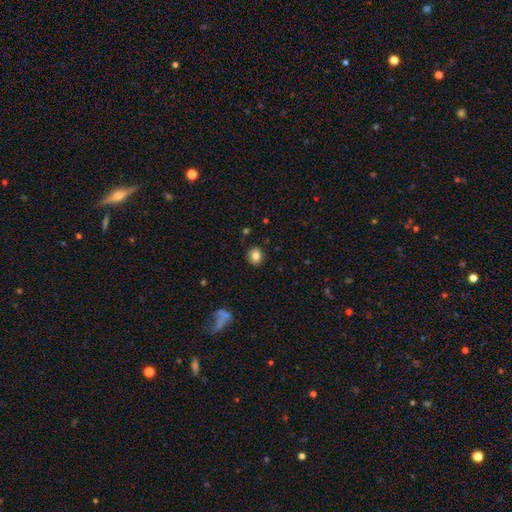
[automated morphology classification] Smooth or featured?
  - smooth: 84% *
  - star or artifact: 10%
  - featured or disk: 6%
How rounded?
  - round: 80% *
  - in between: 19%
  - cigar-shaped: 1%
Merging?
  - none: 89% *
  - minor disturbance: 7%
  - major disturbance: 2%
  - merger: 1%